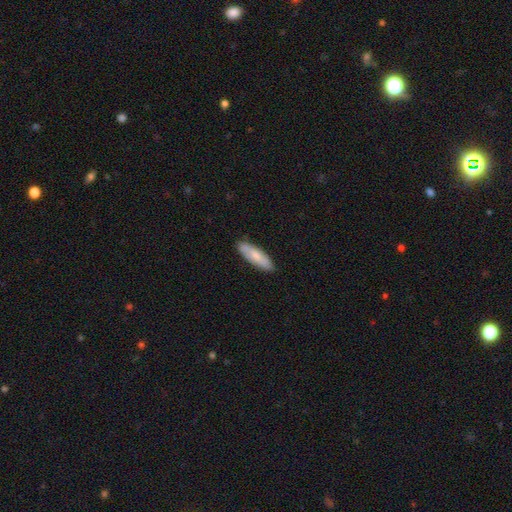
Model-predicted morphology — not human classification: Q: Smooth or featured?
A: smooth (73%); runner-up: featured or disk (21%)
Q: How rounded?
A: cigar-shaped (51%); runner-up: in between (47%)
Q: Merging?
A: none (84%); runner-up: minor disturbance (12%)